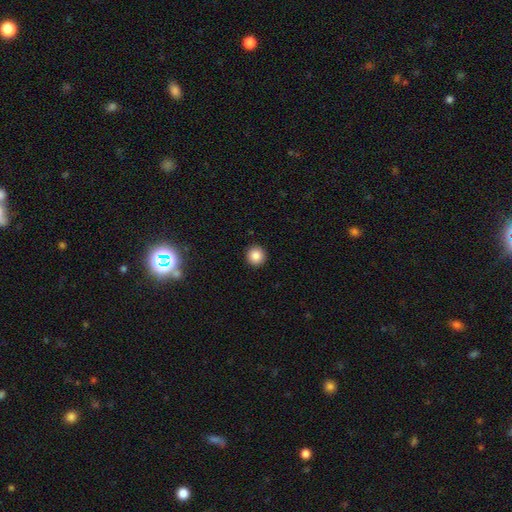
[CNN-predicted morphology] smooth 86%, star or artifact 10%, featured or disk 4%. Down the decision tree: how rounded — round (95%); merging — none (93%).